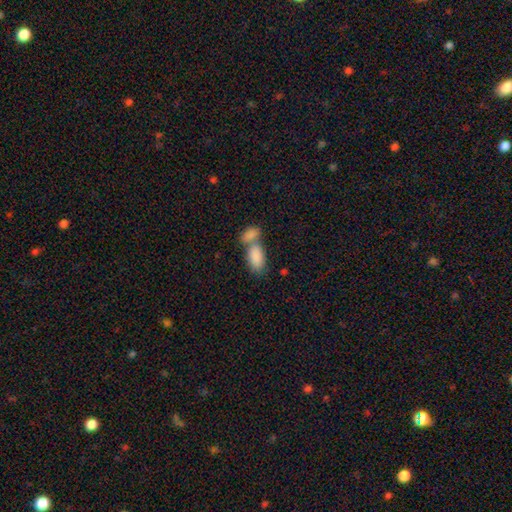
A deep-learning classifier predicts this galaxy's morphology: This appears to be a smooth galaxy with no disk features (87%) that is in between round and cigar-shaped (94%). Merging: merger (57%).